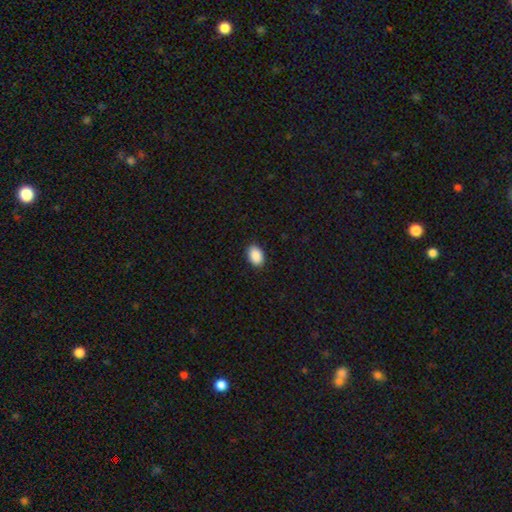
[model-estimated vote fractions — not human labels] Smooth or featured? Predicted: smooth (p=0.91). How rounded? Predicted: in between (p=0.85). Merging? Predicted: none (p=0.89).